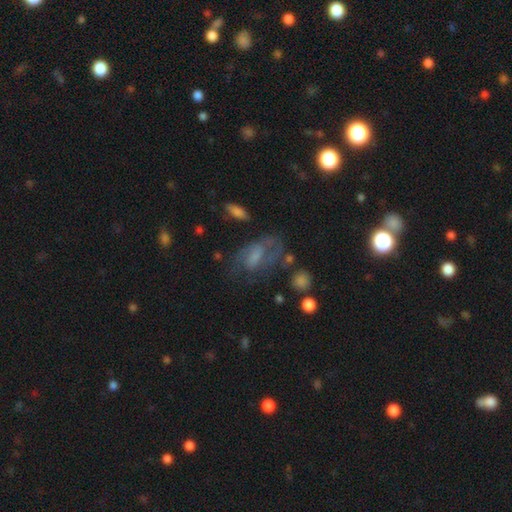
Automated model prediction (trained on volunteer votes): featured or disk 48%, smooth 37%, star or artifact 15%. Down the decision tree: merging — none (44%).